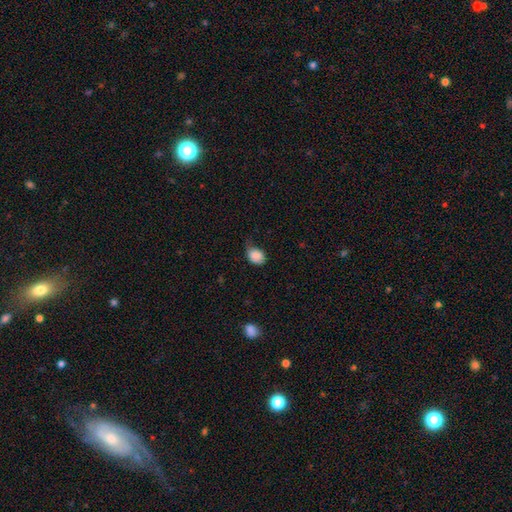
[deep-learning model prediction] Q: Smooth or featured?
A: smooth (87%); runner-up: star or artifact (8%)
Q: How rounded?
A: in between (66%); runner-up: round (33%)
Q: Merging?
A: none (47%); runner-up: minor disturbance (40%)